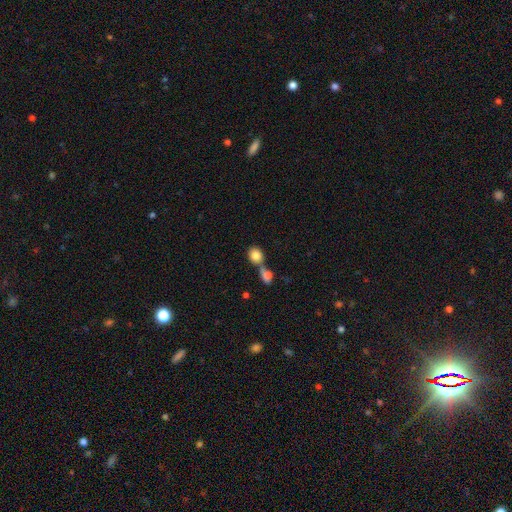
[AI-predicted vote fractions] smooth_or_featured: smooth (p=0.83) [alt: featured or disk p=0.09]
how_rounded: round (p=0.72) [alt: in between p=0.27]
merging: merger (p=0.54) [alt: none p=0.36]